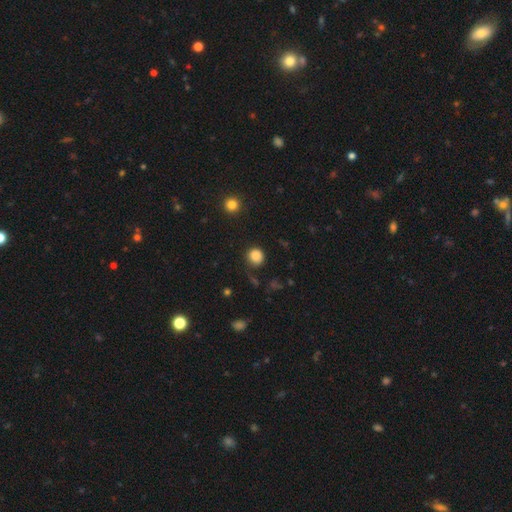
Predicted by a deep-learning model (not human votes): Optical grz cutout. It shows a smooth galaxy with no disk features (85%) that is round (90%). Merging: none (77%).